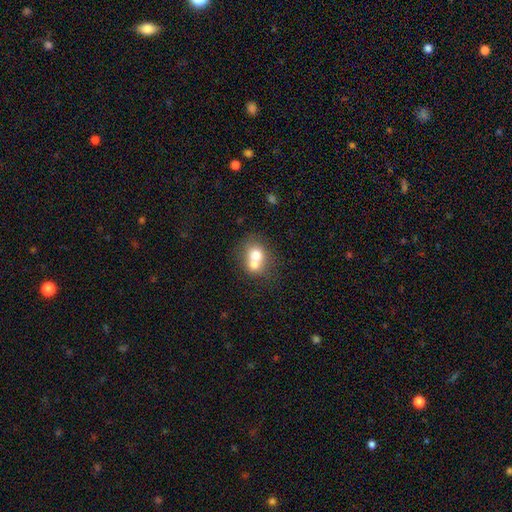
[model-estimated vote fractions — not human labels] Smooth or featured? smooth (68%)
How rounded? round (63%)
Merging? merger (65%)